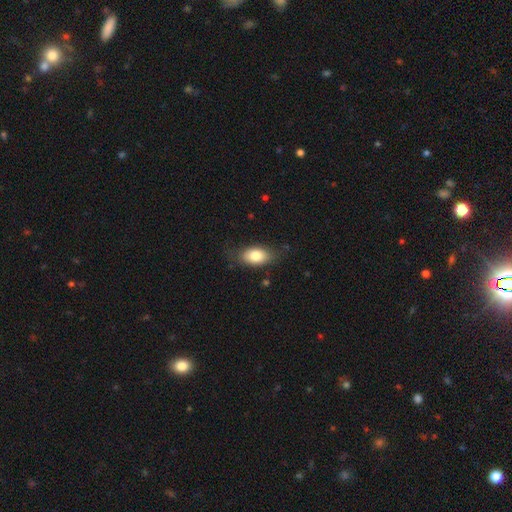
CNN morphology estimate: A smooth galaxy with no disk features (80%) that is in between round and cigar-shaped (89%).

Vote fractions:
- Smooth or featured? smooth: 80% / featured or disk: 13% / star or artifact: 7%
- How rounded? in between: 89% / round: 8% / cigar-shaped: 4%
- Merging? none: 74% / minor disturbance: 19% / major disturbance: 5% / merger: 1%